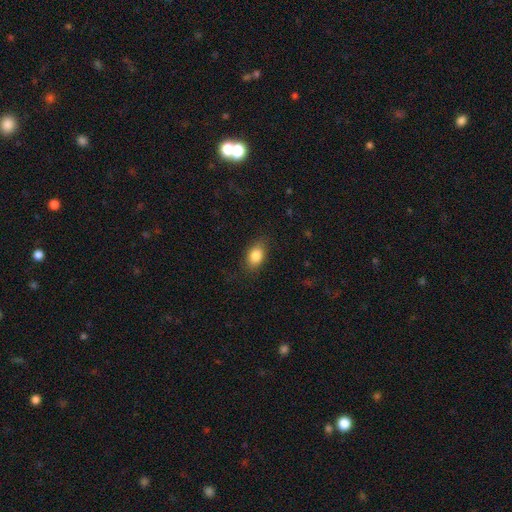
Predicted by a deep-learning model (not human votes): Smooth or featured: smooth — 84% (featured or disk — 8%)
How rounded: in between — 86% (round — 12%)
Merging: none — 83% (minor disturbance — 12%)